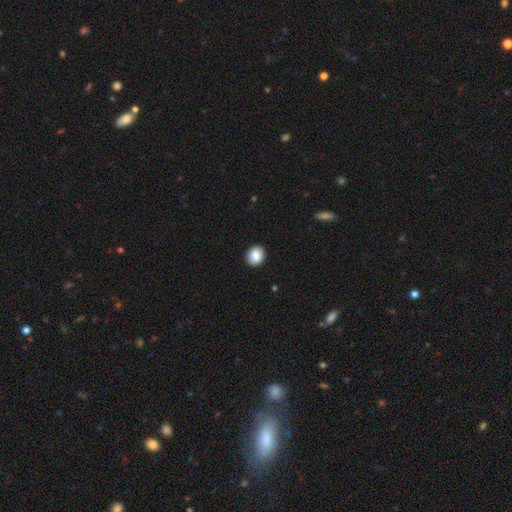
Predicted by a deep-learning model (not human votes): Smooth or featured?
  - smooth: 87% *
  - star or artifact: 8%
  - featured or disk: 5%
How rounded?
  - round: 69% *
  - in between: 30%
  - cigar-shaped: 1%
Merging?
  - none: 91% *
  - minor disturbance: 7%
  - major disturbance: 2%
  - merger: 1%